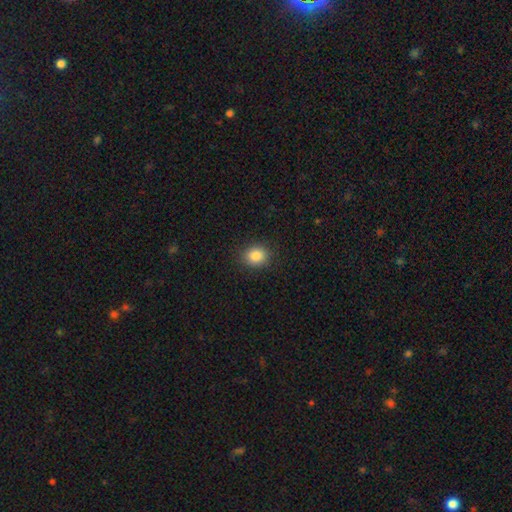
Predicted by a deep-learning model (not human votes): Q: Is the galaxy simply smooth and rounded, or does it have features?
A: smooth — 85%.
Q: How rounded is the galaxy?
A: round — 70%.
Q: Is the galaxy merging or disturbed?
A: none — 88%.